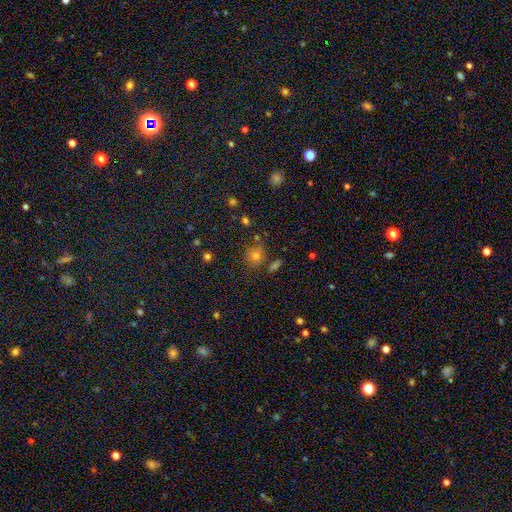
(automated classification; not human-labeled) A smooth galaxy with no disk features (65%) that is round (85%).

Vote fractions:
- Smooth or featured? smooth: 65% / star or artifact: 26% / featured or disk: 8%
- How rounded? round: 85% / in between: 14% / cigar-shaped: 1%
- Merging? none: 75% / minor disturbance: 12% / merger: 9% / major disturbance: 4%